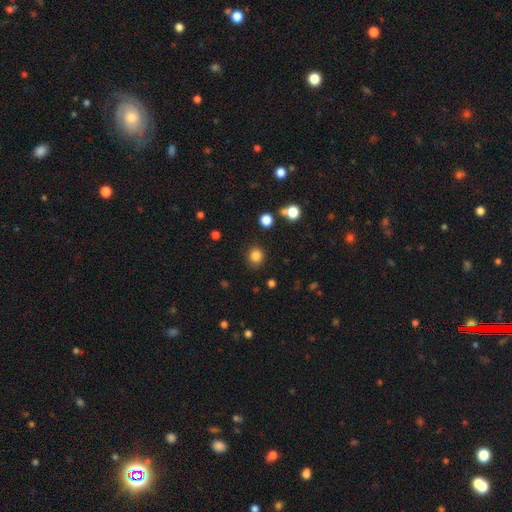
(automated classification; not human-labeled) smooth 84%, star or artifact 12%, featured or disk 4%. Down the decision tree: how rounded — round (85%); merging — none (87%).